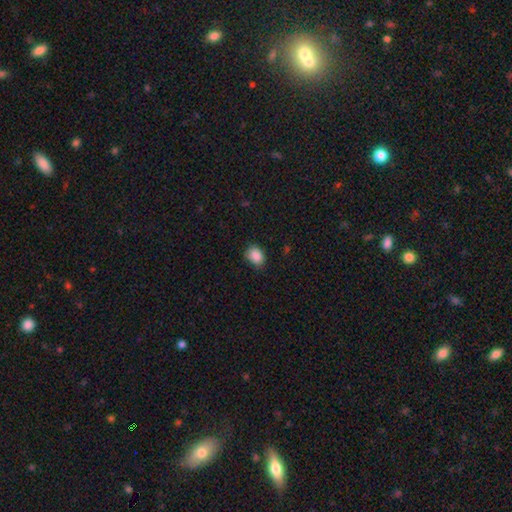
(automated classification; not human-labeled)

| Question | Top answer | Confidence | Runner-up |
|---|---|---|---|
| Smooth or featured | smooth | 89% | star or artifact (8%) |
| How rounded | in between | 64% | round (35%) |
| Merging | none | 77% | minor disturbance (19%) |